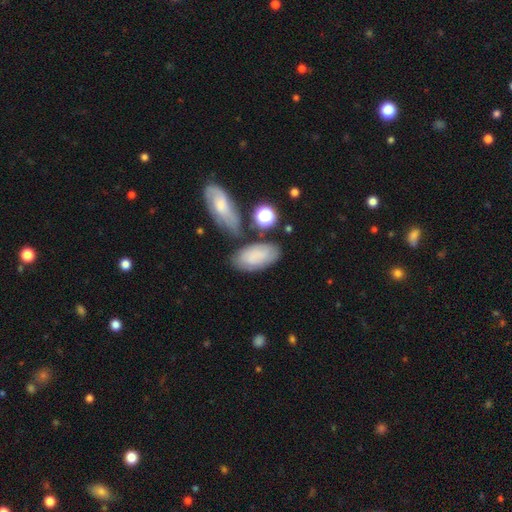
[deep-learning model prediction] Smooth or featured?
  - smooth: 72% *
  - featured or disk: 20%
  - star or artifact: 8%
How rounded?
  - in between: 92% *
  - round: 4%
  - cigar-shaped: 4%
Merging?
  - none: 63% *
  - minor disturbance: 19%
  - merger: 12%
  - major disturbance: 6%